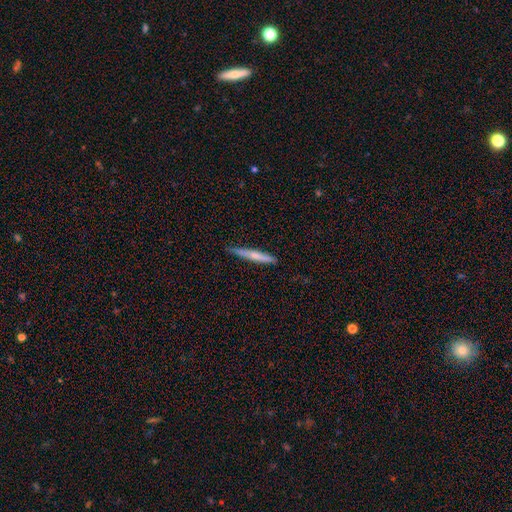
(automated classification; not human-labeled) Overall: smooth (58%; featured or disk 36%). How rounded: cigar-shaped (95%). Merging: none (84%).